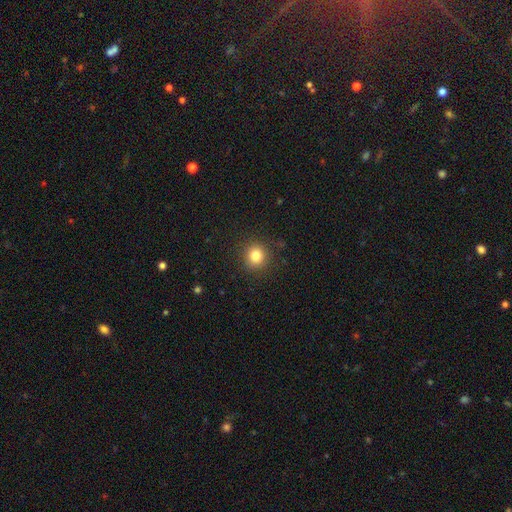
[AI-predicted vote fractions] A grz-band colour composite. It shows a smooth galaxy with no disk features (82%) that is round (90%). Merging: none (90%).